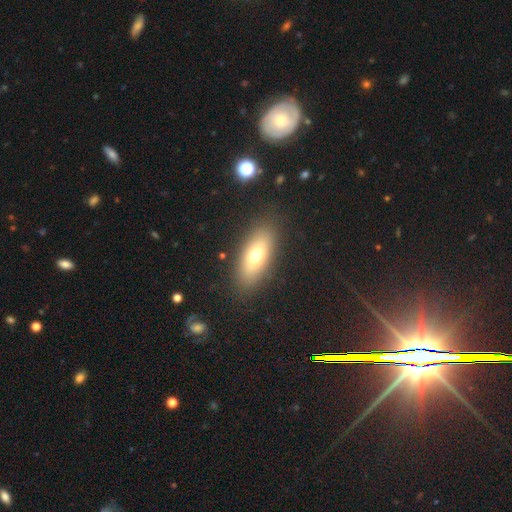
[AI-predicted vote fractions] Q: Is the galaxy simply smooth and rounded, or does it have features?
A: smooth — 66%.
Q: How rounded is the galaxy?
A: in between — 74%.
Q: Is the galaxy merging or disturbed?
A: none — 87%.